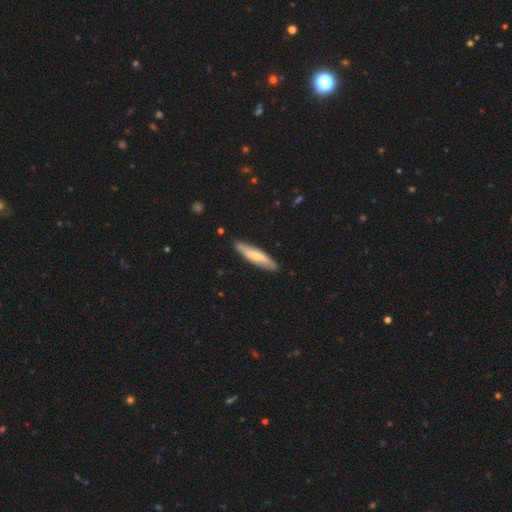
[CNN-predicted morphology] smooth 59%, featured or disk 36%, star or artifact 5%. Down the decision tree: how rounded — cigar-shaped (78%); merging — none (87%).